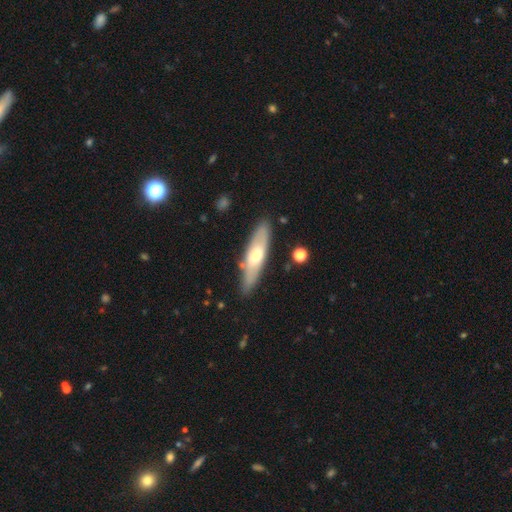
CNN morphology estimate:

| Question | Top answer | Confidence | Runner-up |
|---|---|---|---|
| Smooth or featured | smooth | 47% | tied: featured or disk (47%) |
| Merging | none | 82% | minor disturbance (13%) |